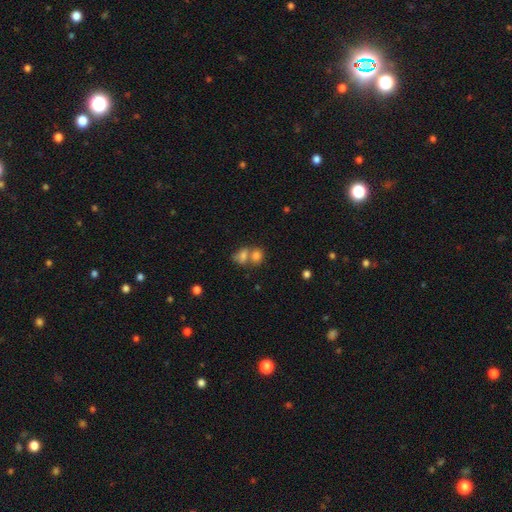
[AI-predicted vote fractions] smooth_or_featured: smooth (p=0.78) [alt: star or artifact p=0.12]
how_rounded: in between (p=0.53) [alt: round p=0.45]
merging: merger (p=0.55) [alt: none p=0.33]